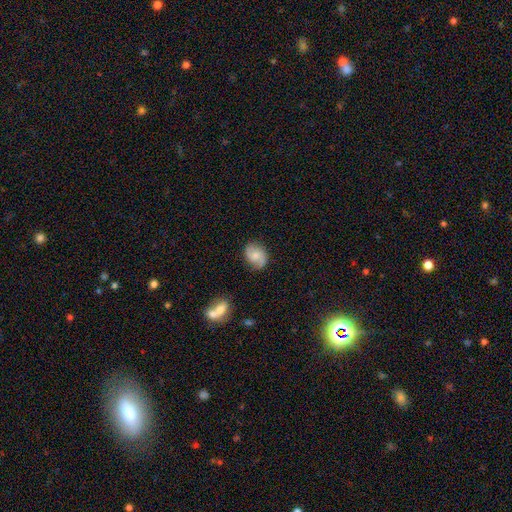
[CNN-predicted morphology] This appears to be a featured or disk galaxy (50%). Merging: none (78%).